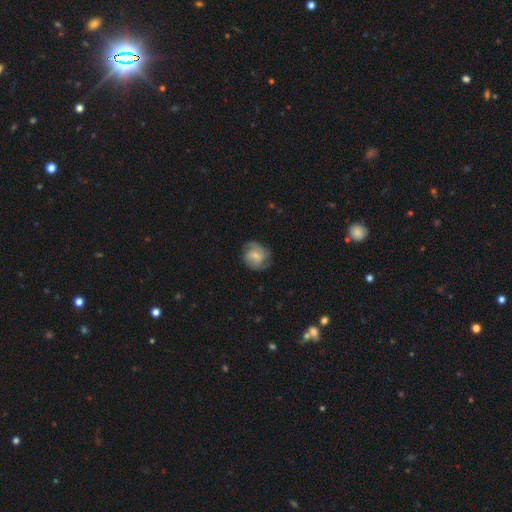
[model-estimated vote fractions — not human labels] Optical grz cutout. It shows a featured or disk galaxy (53%) with no bar (51%), spiral arms (86%) and a small central bulge (54%). Merging: none (70%).